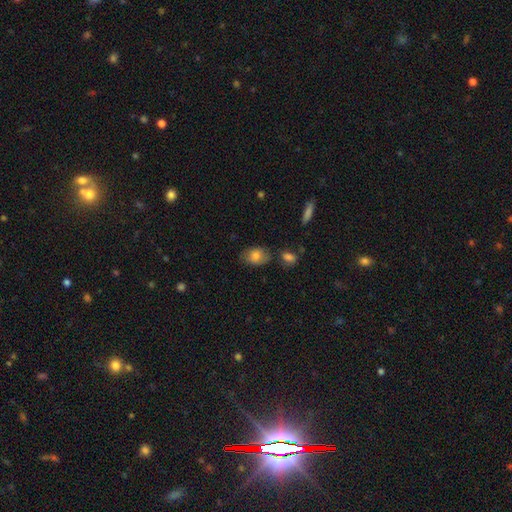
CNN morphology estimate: Q: Smooth or featured?
A: smooth (80%); runner-up: featured or disk (13%)
Q: How rounded?
A: in between (82%); runner-up: round (16%)
Q: Merging?
A: none (72%); runner-up: minor disturbance (18%)